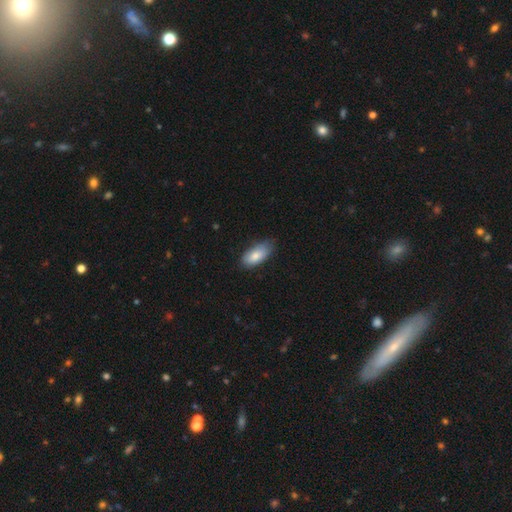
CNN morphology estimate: Smooth or featured? Predicted: smooth (p=0.81). How rounded? Predicted: in between (p=0.90). Merging? Predicted: none (p=0.65).